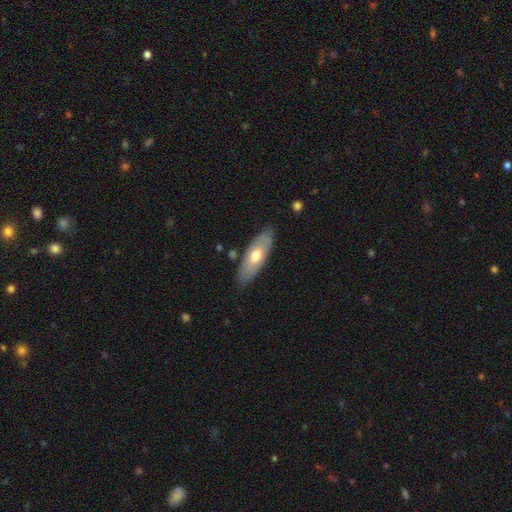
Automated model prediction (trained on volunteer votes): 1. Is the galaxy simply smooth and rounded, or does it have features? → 57% smooth, 37% featured or disk, 6% star or artifact.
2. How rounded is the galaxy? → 69% in between, 28% cigar-shaped, 2% round.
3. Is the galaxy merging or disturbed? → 81% none, 14% minor disturbance, 3% major disturbance, 2% merger.